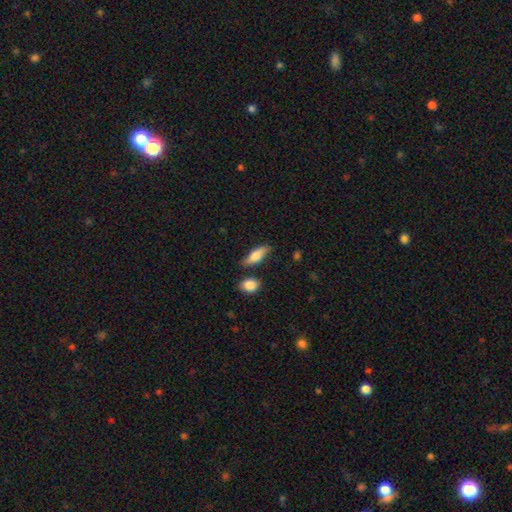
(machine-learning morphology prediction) This appears to be a smooth galaxy with no disk features (70%) that is in between round and cigar-shaped (62%). Merging: none (73%).